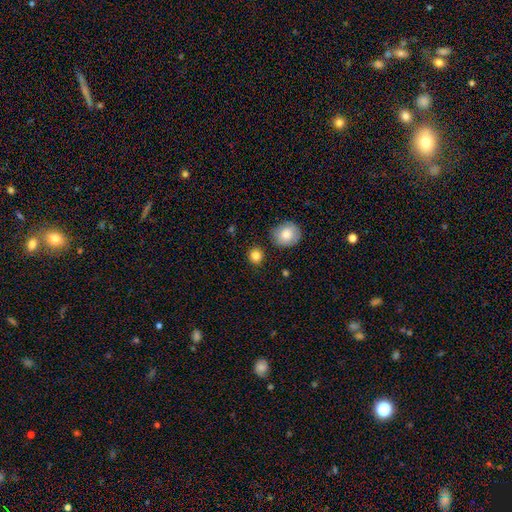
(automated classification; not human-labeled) A smooth galaxy with no disk features (85%) that is round (84%). Merging: none (85%).